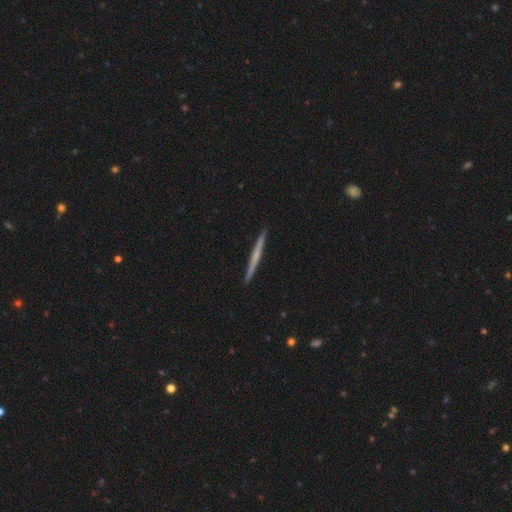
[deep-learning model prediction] featured or disk 59%, smooth 36%, star or artifact 5%. Down the decision tree: edge-on disk — yes (98%); edge-on bulge — none (72%); merging — none (93%).